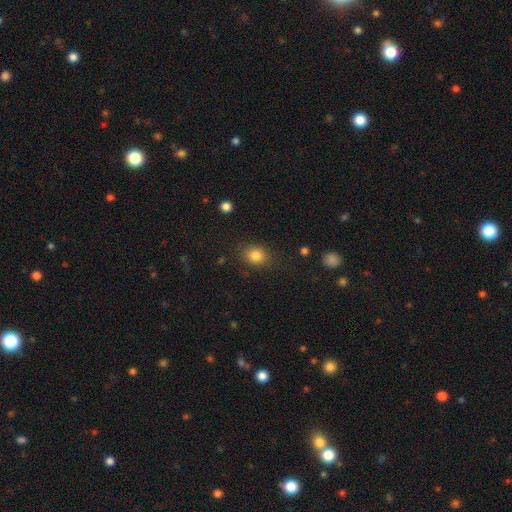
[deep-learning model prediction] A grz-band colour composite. It shows a smooth galaxy with no disk features (82%) that is round (60%). Merging: none (83%).